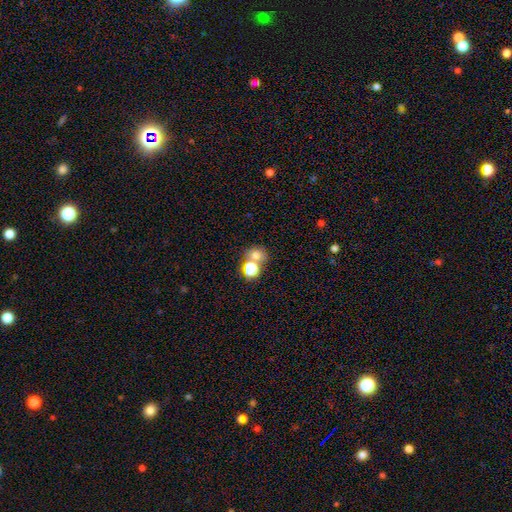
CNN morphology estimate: This is likely a smooth galaxy (69%). How rounded: likely round (73%). Merging: possibly none (53%).